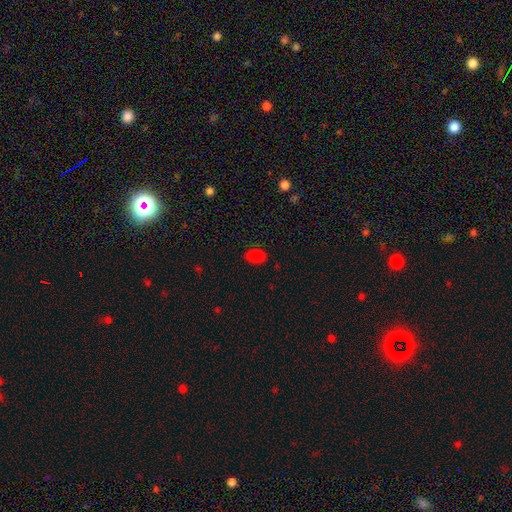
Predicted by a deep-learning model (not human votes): Smooth or featured? smooth (83%)
How rounded? in between (88%)
Merging? none (86%)